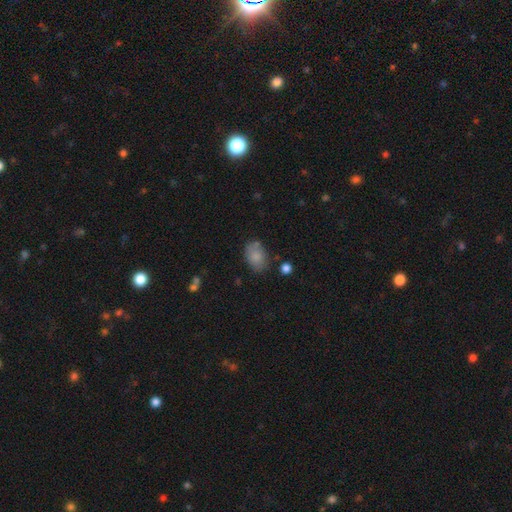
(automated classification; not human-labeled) Q: Smooth or featured?
A: smooth (83%); runner-up: featured or disk (9%)
Q: How rounded?
A: in between (82%); runner-up: round (16%)
Q: Merging?
A: none (72%); runner-up: minor disturbance (19%)